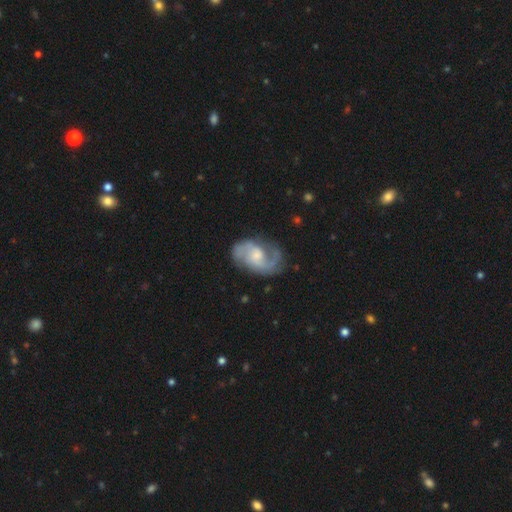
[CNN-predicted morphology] smooth-or-featured: featured or disk: 87% | smooth: 8% | star or artifact: 5%
  disk-edge-on: no: 98% | yes: 2%
    bar: weak: 46% | no: 45% | strong: 8%
    has-spiral-arms: yes: 96% | no: 4%
      spiral-winding: medium: 53% | loose: 31% | tight: 17%
      spiral-arm-count: 2: 88% | can't tell: 4% | 1: 3% | 3: 2% | 4: 1% | more than 4: 1%
    bulge-size: moderate: 44% | small: 31% | none: 13% | large: 10% | dominant: 1%
  merging: none: 74% | minor disturbance: 16% | major disturbance: 8% | merger: 2%